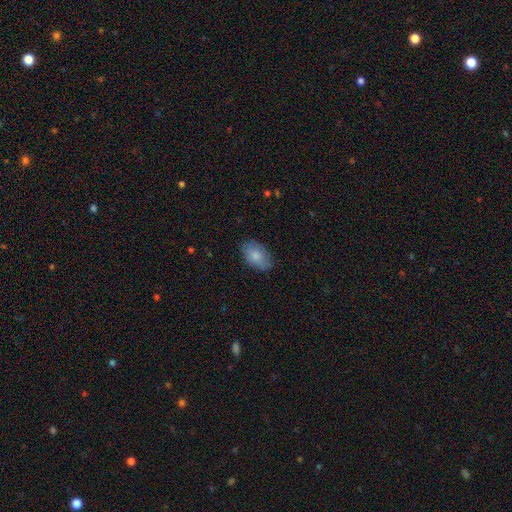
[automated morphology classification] This is clearly a smooth galaxy (82%). How rounded: clearly in between (92%). Merging: likely none (80%).